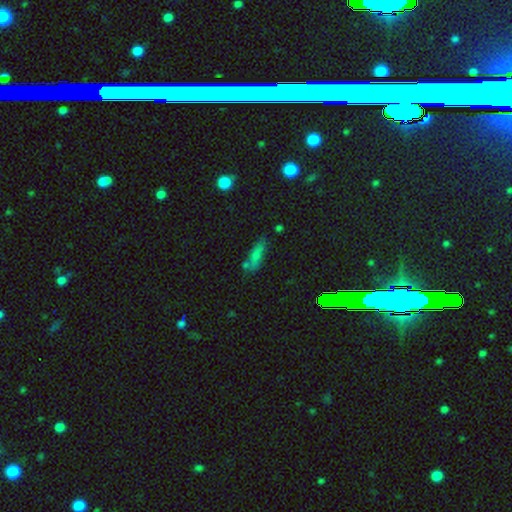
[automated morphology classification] Q: Smooth or featured?
A: smooth (68%); runner-up: featured or disk (17%)
Q: How rounded?
A: cigar-shaped (54%); runner-up: in between (42%)
Q: Merging?
A: none (59%); runner-up: minor disturbance (21%)